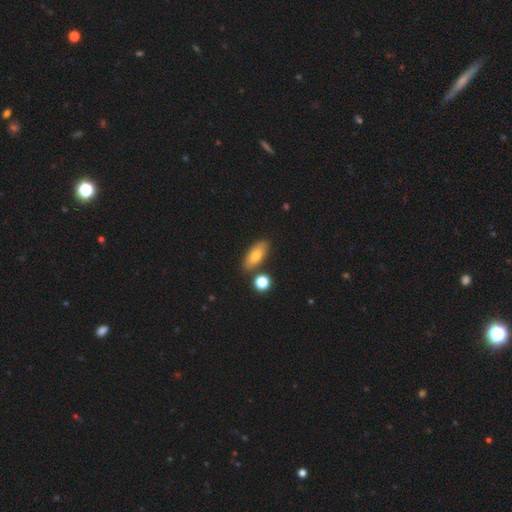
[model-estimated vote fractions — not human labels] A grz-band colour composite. It shows a smooth galaxy with no disk features (75%) that is in between round and cigar-shaped (80%). Merging: none (80%).